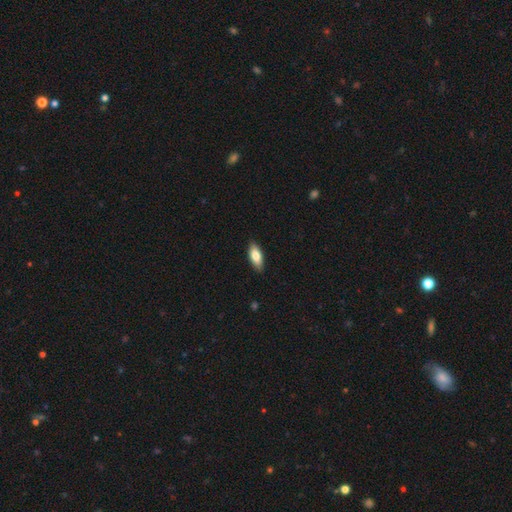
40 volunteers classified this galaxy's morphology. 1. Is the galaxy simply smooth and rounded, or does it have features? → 72% smooth, 20% featured or disk, 8% star or artifact.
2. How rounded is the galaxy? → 90% in between, 10% cigar-shaped, 0% round.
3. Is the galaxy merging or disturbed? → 86% none, 14% minor disturbance, 0% major disturbance, 0% merger.